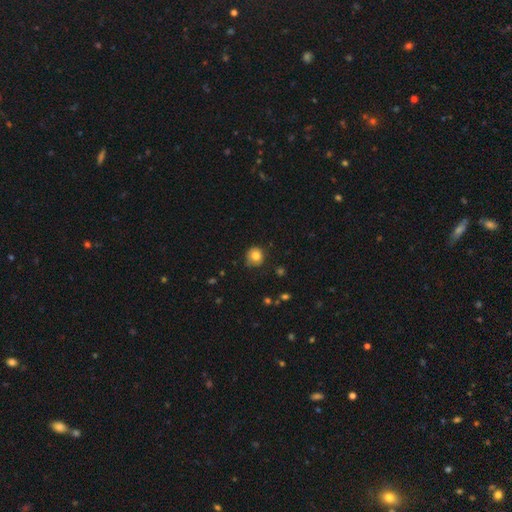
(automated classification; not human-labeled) smooth 80%, star or artifact 10%, featured or disk 9%. Down the decision tree: how rounded — round (87%); merging — none (75%).